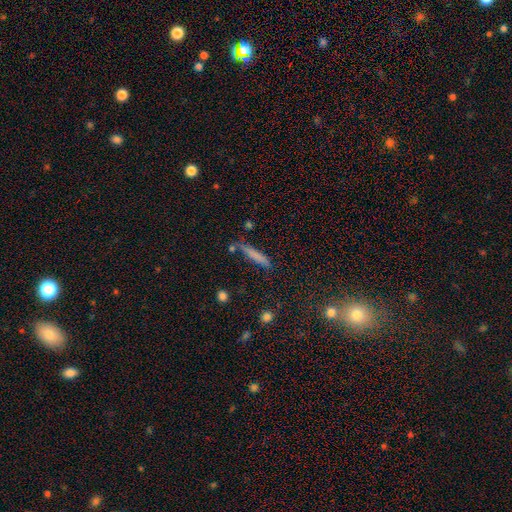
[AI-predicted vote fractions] Q: Smooth or featured?
A: smooth (72%); runner-up: featured or disk (19%)
Q: How rounded?
A: cigar-shaped (91%); runner-up: in between (7%)
Q: Merging?
A: none (74%); runner-up: minor disturbance (16%)